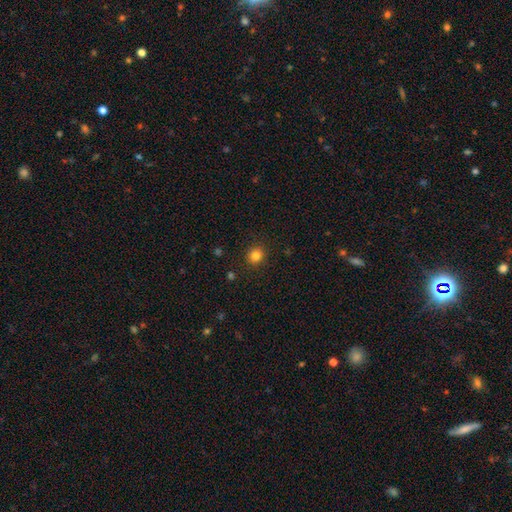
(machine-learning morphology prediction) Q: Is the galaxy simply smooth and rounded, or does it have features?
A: smooth — 82%.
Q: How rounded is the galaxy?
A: round — 89%.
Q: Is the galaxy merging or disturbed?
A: none — 91%.